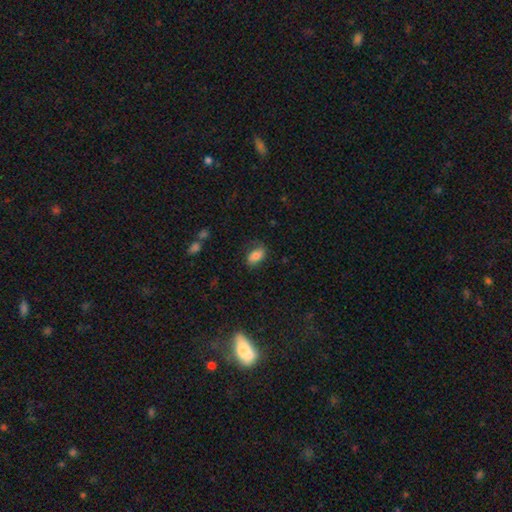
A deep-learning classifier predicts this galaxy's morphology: Q: Smooth or featured?
A: smooth (77%); runner-up: featured or disk (15%)
Q: How rounded?
A: in between (90%); runner-up: round (7%)
Q: Merging?
A: none (67%); runner-up: minor disturbance (22%)